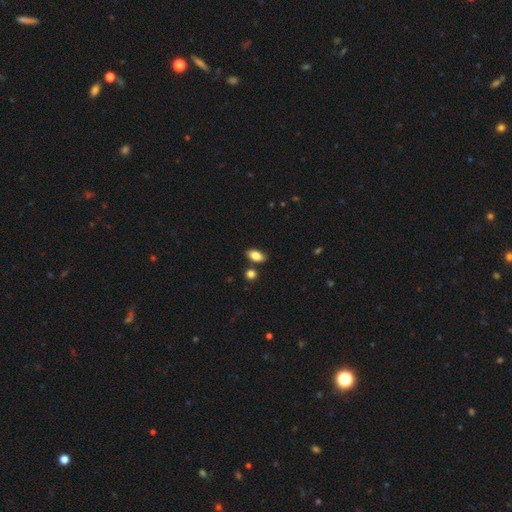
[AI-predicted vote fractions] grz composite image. It shows a smooth galaxy with no disk features (85%) that is in between round and cigar-shaped (90%). Merging: none (80%).